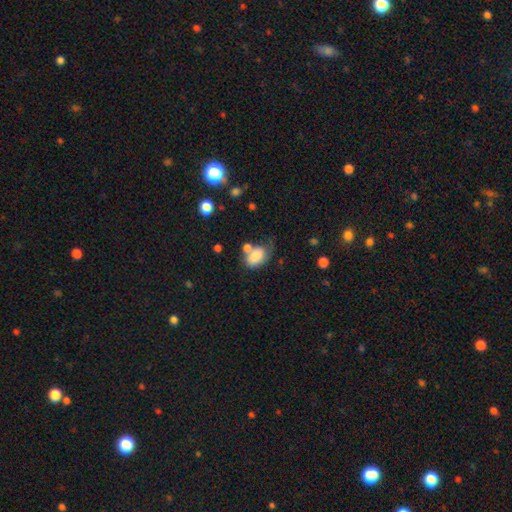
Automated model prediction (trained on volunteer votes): Q: Smooth or featured?
A: smooth (78%); runner-up: featured or disk (13%)
Q: How rounded?
A: in between (84%); runner-up: round (15%)
Q: Merging?
A: none (36%); runner-up: merger (26%)